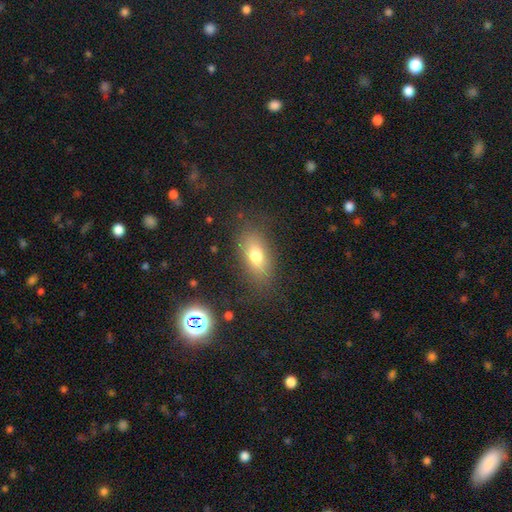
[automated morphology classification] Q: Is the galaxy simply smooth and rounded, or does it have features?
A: smooth — 74%.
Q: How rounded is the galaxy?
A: in between — 83%.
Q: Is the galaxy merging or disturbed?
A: none — 78%.